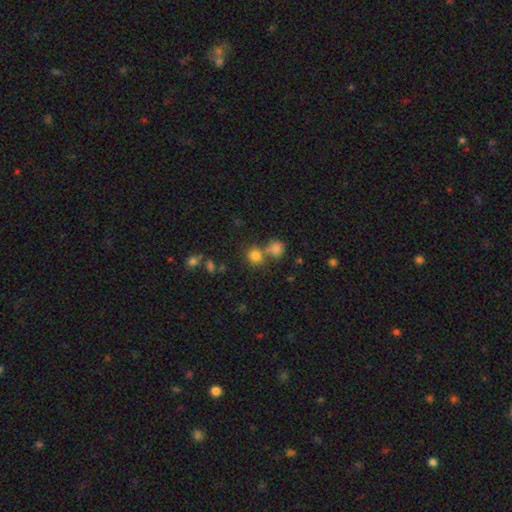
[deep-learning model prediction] Morphology: type=smooth (80%); roundness=round (83%); merging=none (59%).